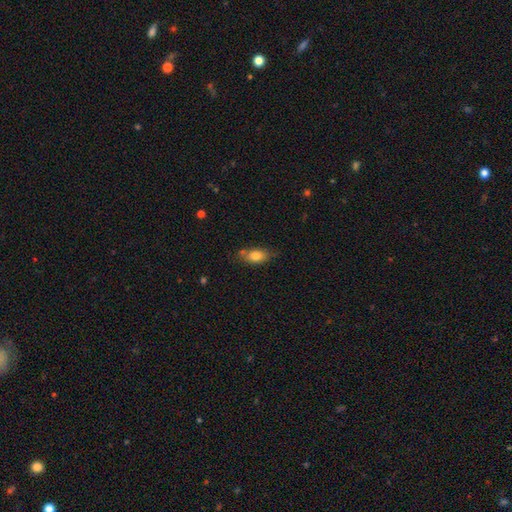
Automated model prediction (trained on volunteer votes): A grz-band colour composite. It shows a smooth galaxy with no disk features (78%) that is in between round and cigar-shaped (84%). Merging: none (64%).